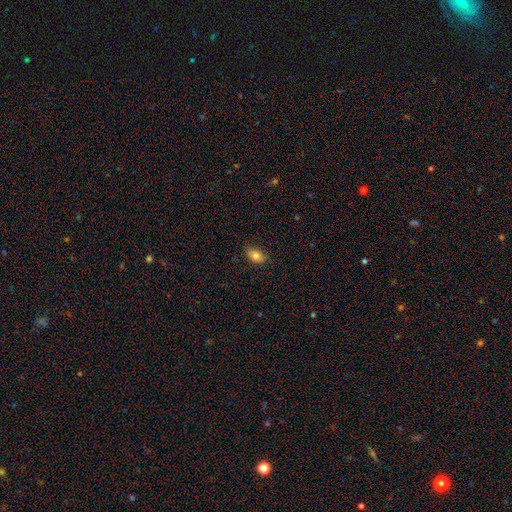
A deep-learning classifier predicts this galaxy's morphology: Smooth or featured? smooth (82%)
How rounded? in between (89%)
Merging? none (83%)